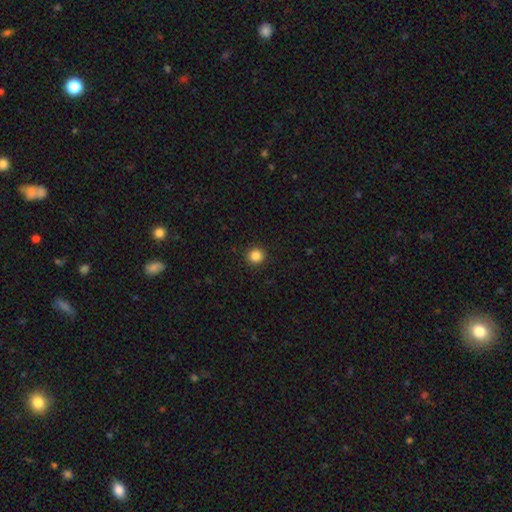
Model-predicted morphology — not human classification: Overall: smooth (86%). How rounded: round (92%). Merging: none (93%).